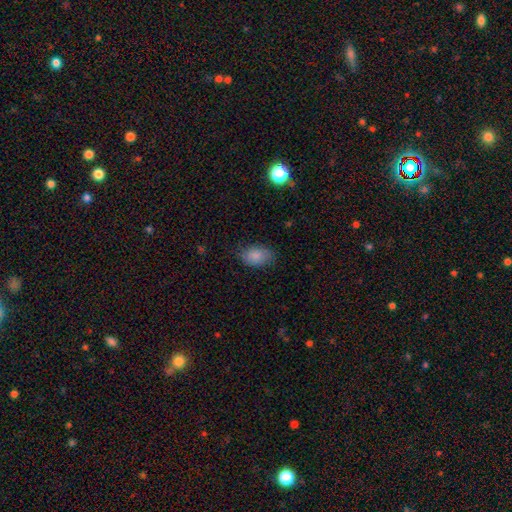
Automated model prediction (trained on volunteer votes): This appears to be a smooth galaxy with no disk features (86%) that is in between round and cigar-shaped (86%). Merging: none (76%).